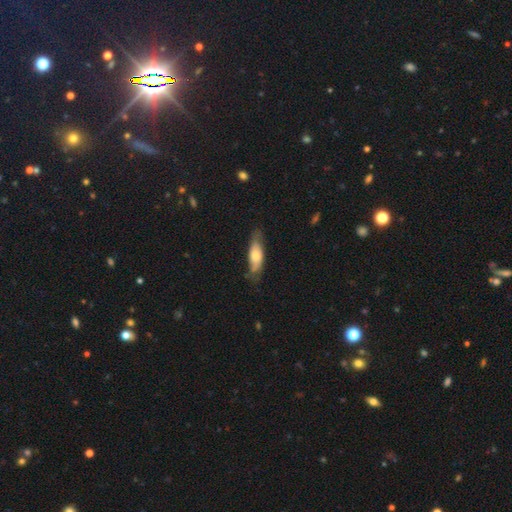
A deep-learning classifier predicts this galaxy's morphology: This is likely a smooth galaxy (60%). How rounded: possibly in between (59%). Merging: likely none (68%).